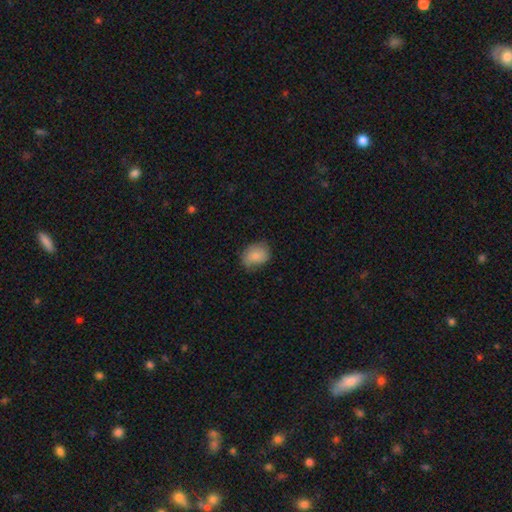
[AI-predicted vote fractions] Smooth or featured? Predicted: smooth (p=0.83). How rounded? Predicted: in between (p=0.62). Merging? Predicted: none (p=0.67).